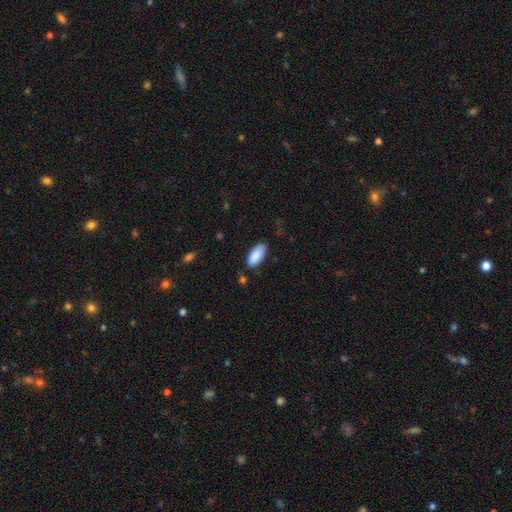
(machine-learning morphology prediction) A smooth galaxy with no disk features (90%) that is in between round and cigar-shaped (89%). Merging: none (82%).